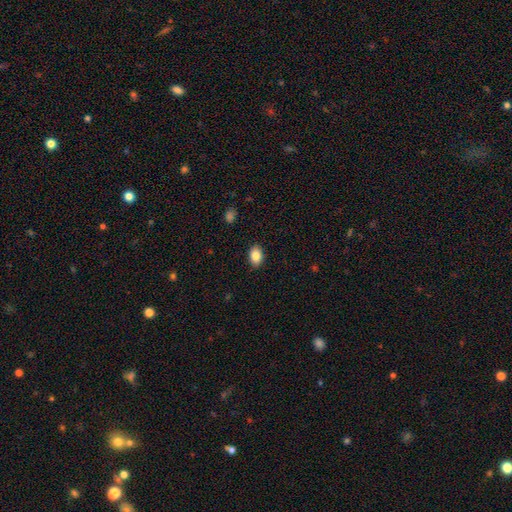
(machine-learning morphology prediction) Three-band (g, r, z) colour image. It shows a smooth galaxy with no disk features (85%) that is in between round and cigar-shaped (83%). Merging: none (89%).